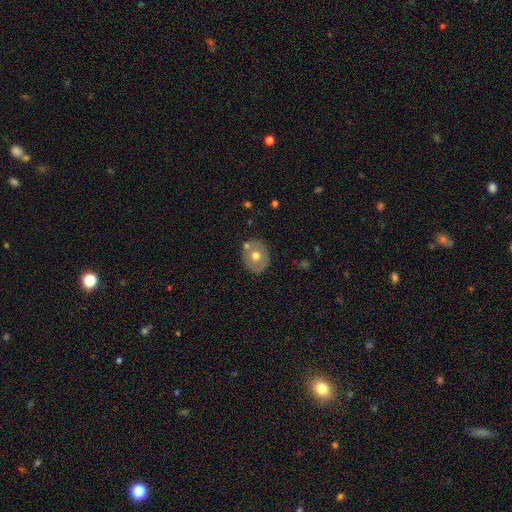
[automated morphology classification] This appears to be a smooth galaxy with no disk features (59%) that is round (67%). Merging: none (73%).